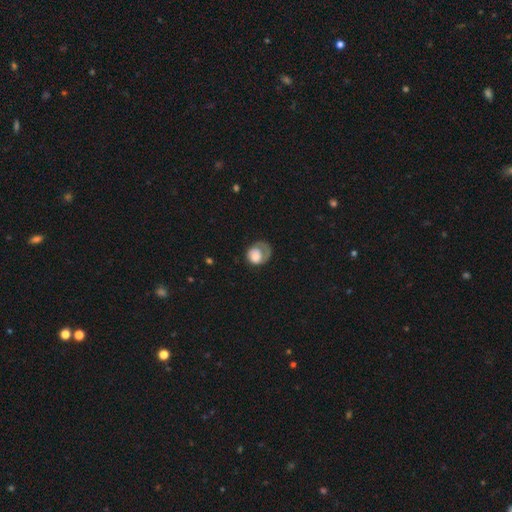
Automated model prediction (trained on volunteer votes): Morphology: type=smooth (54%); roundness=round (66%); merging=none (38%).